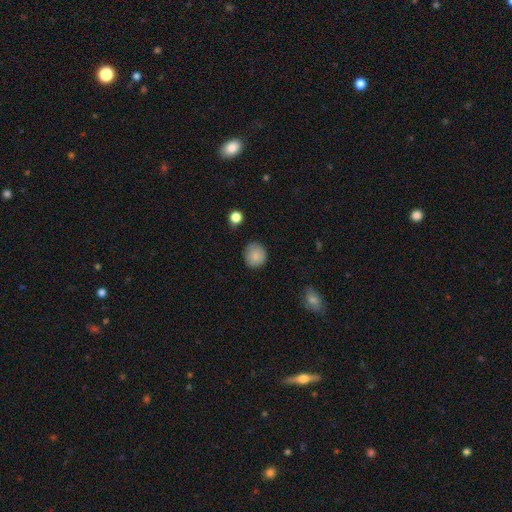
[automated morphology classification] This appears to be a smooth galaxy with no disk features (86%) that is round (88%). Merging: none (84%).